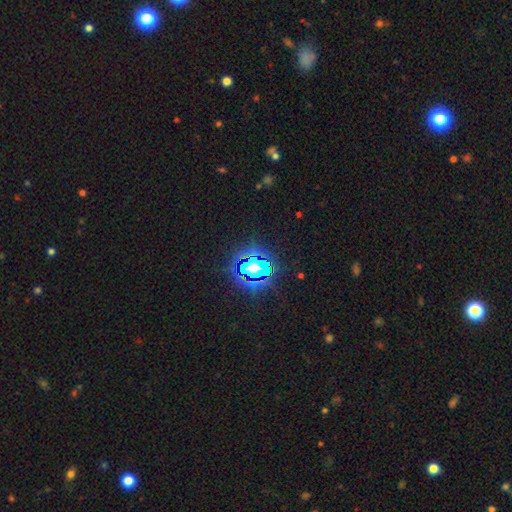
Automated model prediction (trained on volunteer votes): Q: Smooth or featured?
A: star or artifact (81%); runner-up: smooth (13%)